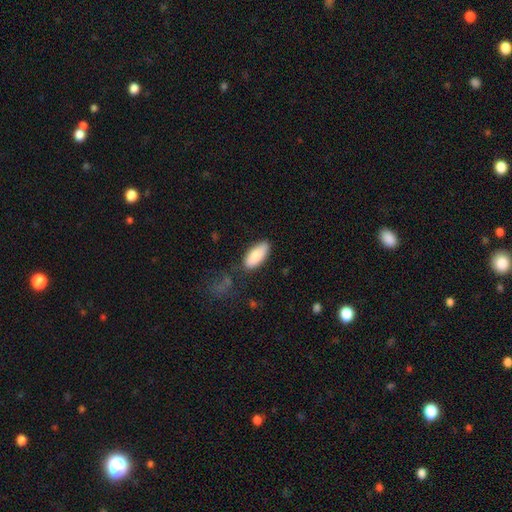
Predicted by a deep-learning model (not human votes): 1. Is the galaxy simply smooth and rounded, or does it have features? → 84% smooth, 10% featured or disk, 6% star or artifact.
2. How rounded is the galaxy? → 88% in between, 10% cigar-shaped, 2% round.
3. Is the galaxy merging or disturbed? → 78% none, 15% minor disturbance, 4% major disturbance, 3% merger.